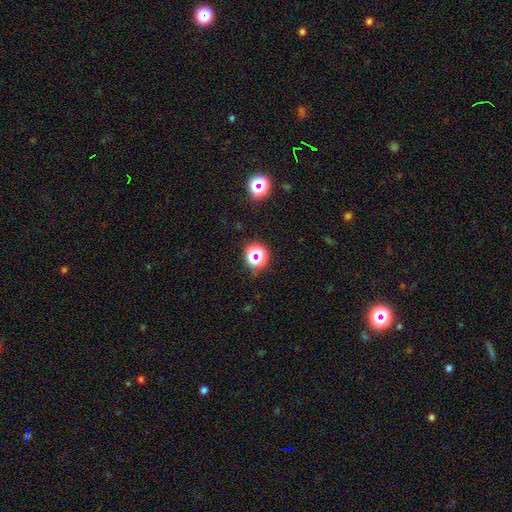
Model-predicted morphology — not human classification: A star or artifact, not a galaxy (58%).